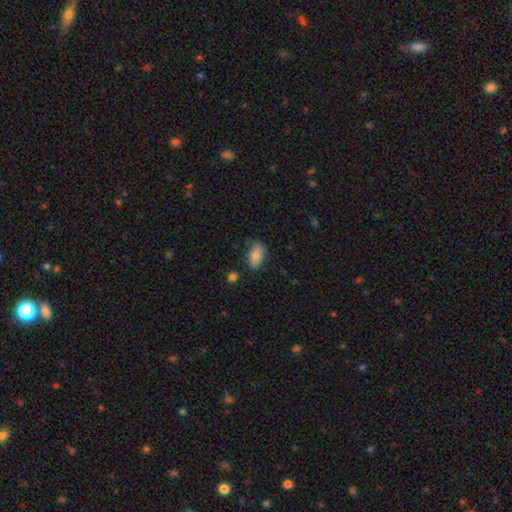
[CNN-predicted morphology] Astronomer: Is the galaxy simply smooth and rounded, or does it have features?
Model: smooth — 78%.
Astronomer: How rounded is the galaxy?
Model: in between — 90%.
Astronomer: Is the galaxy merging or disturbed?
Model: none — 63%.